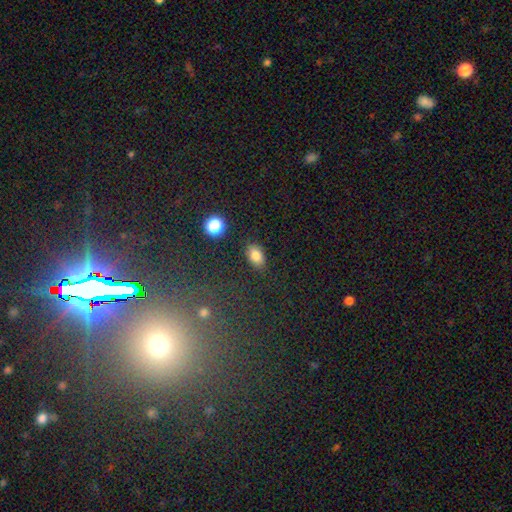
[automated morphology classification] This is clearly a smooth galaxy (81%). How rounded: clearly in between (86%). Merging: clearly none (85%).